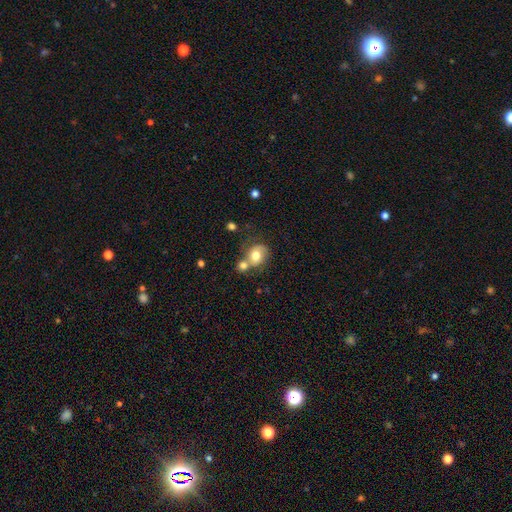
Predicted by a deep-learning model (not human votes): Smooth or featured: smooth — 69% (featured or disk — 22%)
How rounded: round — 67% (in between — 32%)
Merging: merger — 40% (none — 38%)